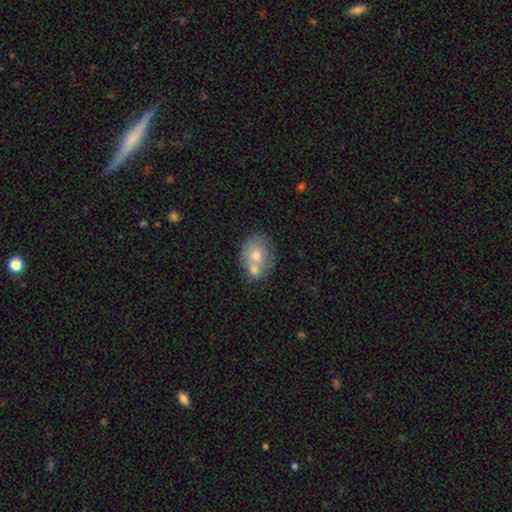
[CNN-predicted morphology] This is likely a smooth galaxy (66%). How rounded: possibly round (50%). Merging: possibly merger (48%).